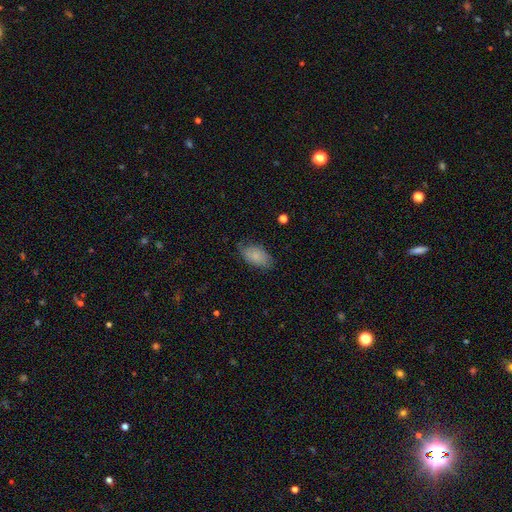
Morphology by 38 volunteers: A smooth galaxy with no disk features (82%) that is in between round and cigar-shaped (97%). Merging: none (80%).